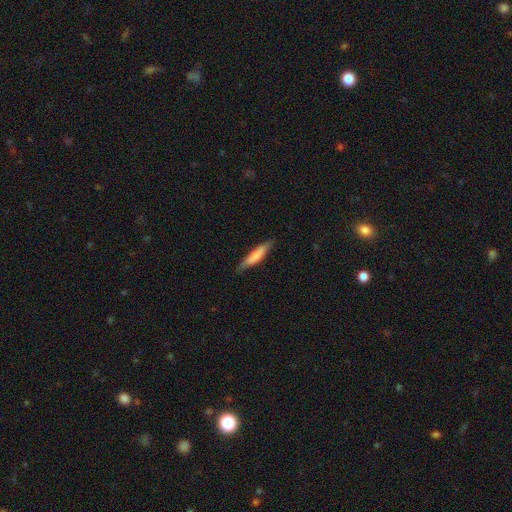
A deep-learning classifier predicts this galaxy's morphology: Overall: smooth (73%). How rounded: cigar-shaped (85%). Merging: none (81%).